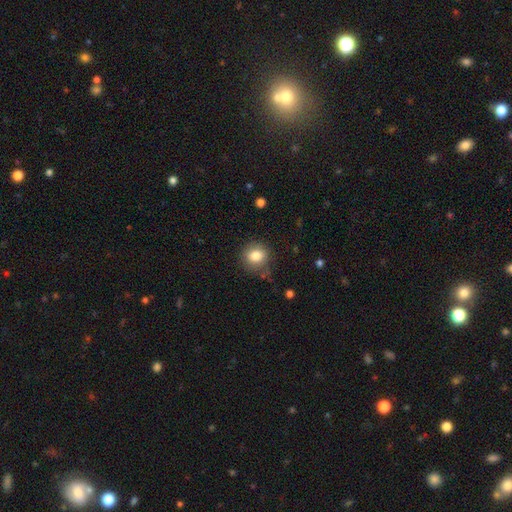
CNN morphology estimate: This is clearly a smooth galaxy (82%). How rounded: likely round (77%). Merging: clearly none (80%).